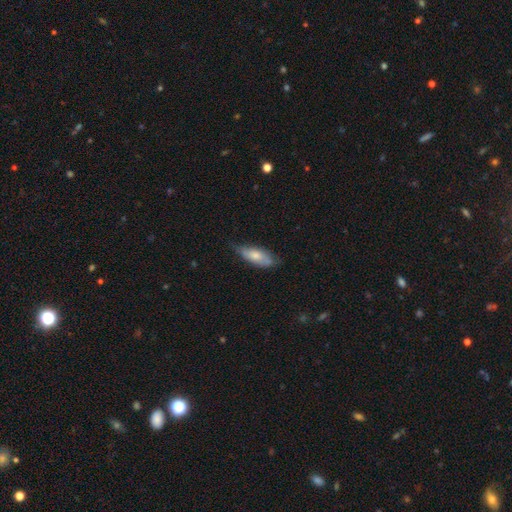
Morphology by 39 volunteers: This is likely a smooth galaxy (69%). How rounded: clearly in between (89%). Merging: likely none (62%).